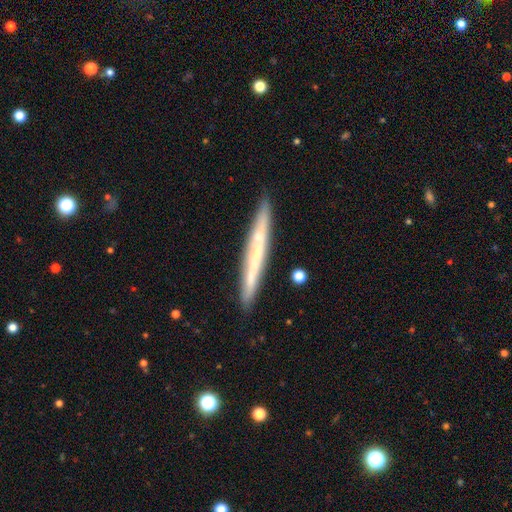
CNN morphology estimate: Q: Smooth or featured?
A: featured or disk (51%); runner-up: smooth (43%)
Q: Edge-on disk?
A: yes (93%); runner-up: no (7%)
Q: Merging?
A: none (88%); runner-up: minor disturbance (9%)